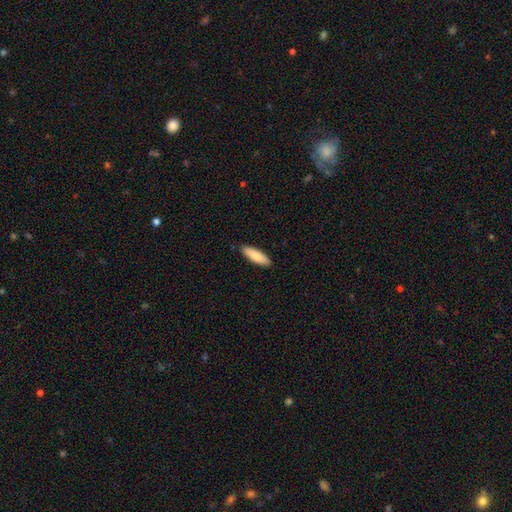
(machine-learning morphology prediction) smooth 84%, featured or disk 10%, star or artifact 6%. Down the decision tree: how rounded — cigar-shaped (54%); merging — none (89%).